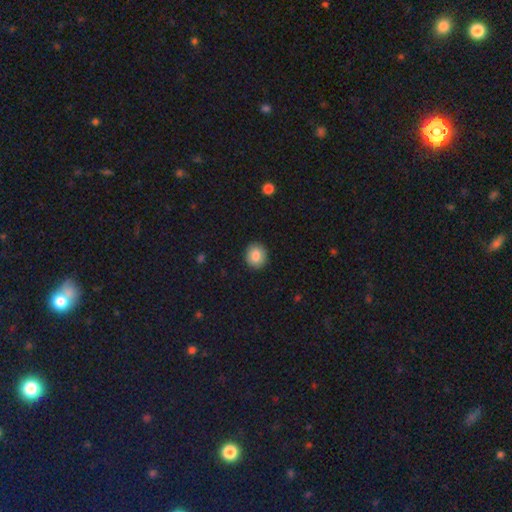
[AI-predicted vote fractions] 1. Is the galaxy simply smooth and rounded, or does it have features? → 85% smooth, 8% star or artifact, 7% featured or disk.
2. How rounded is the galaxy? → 73% round, 26% in between, 1% cigar-shaped.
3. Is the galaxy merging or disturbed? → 91% none, 7% minor disturbance, 2% major disturbance, 1% merger.